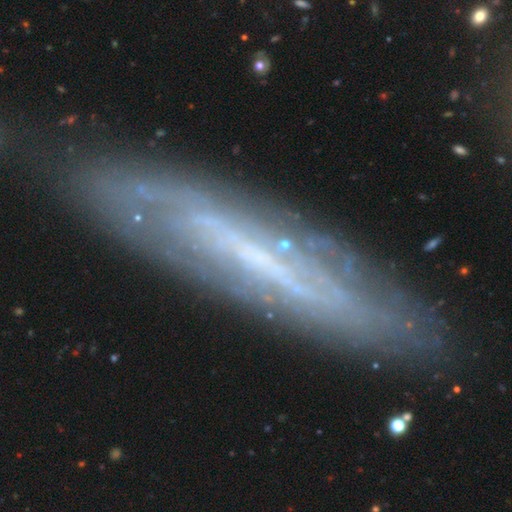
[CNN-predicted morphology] A featured or disk galaxy (71%) viewed edge-on (55%).

Vote fractions:
- Smooth or featured? featured or disk: 71% / smooth: 20% / star or artifact: 9%
- Edge-on disk? yes: 55% / no: 45%
- Merging? none: 75% / minor disturbance: 17% / major disturbance: 6% / merger: 2%